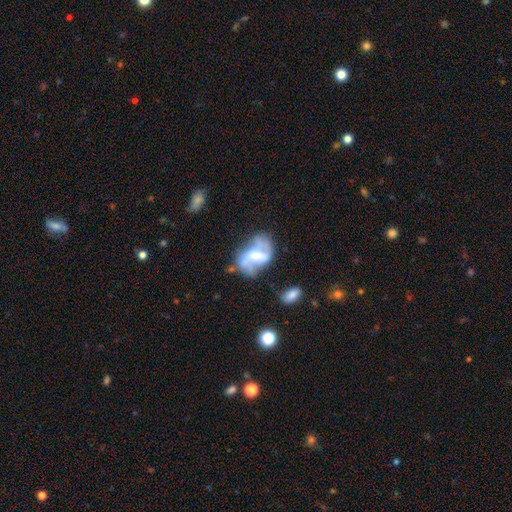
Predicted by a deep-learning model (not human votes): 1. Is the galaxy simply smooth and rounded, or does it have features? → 69% featured or disk, 24% smooth, 8% star or artifact.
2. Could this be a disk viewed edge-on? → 96% no, 4% yes.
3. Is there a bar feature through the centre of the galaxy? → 42% weak, 31% strong, 27% no.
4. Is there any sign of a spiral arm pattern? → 69% yes, 31% no.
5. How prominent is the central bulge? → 43% moderate, 39% small, 10% none, 6% large, 1% dominant.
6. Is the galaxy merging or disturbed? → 44% none, 26% minor disturbance, 21% major disturbance, 10% merger.